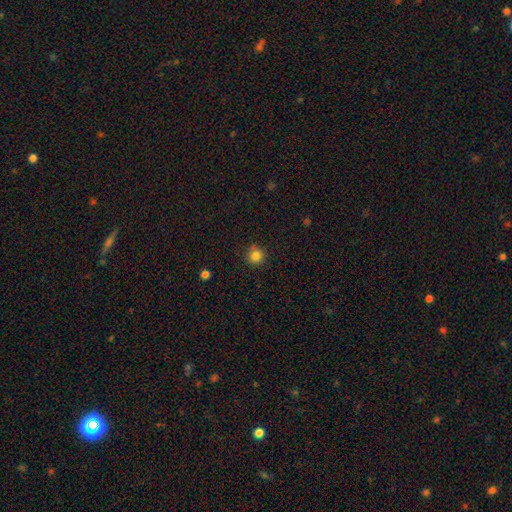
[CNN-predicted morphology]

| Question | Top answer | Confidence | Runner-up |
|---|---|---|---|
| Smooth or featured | smooth | 83% | star or artifact (12%) |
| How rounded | round | 94% | in between (6%) |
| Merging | none | 87% | minor disturbance (9%) |